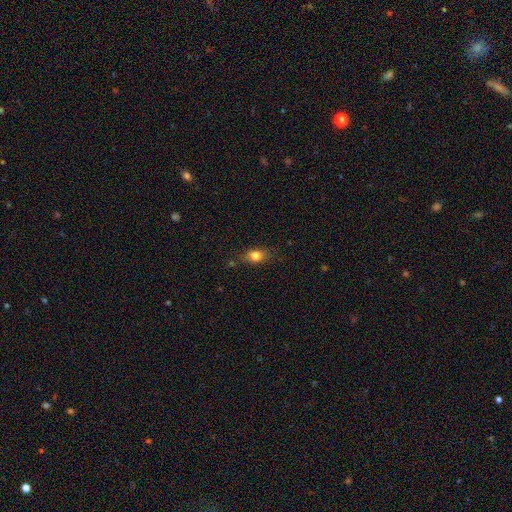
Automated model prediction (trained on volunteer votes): Smooth or featured?
  - smooth: 78% *
  - featured or disk: 11%
  - star or artifact: 11%
How rounded?
  - in between: 67% *
  - round: 27%
  - cigar-shaped: 6%
Merging?
  - none: 73% *
  - minor disturbance: 20%
  - major disturbance: 5%
  - merger: 3%